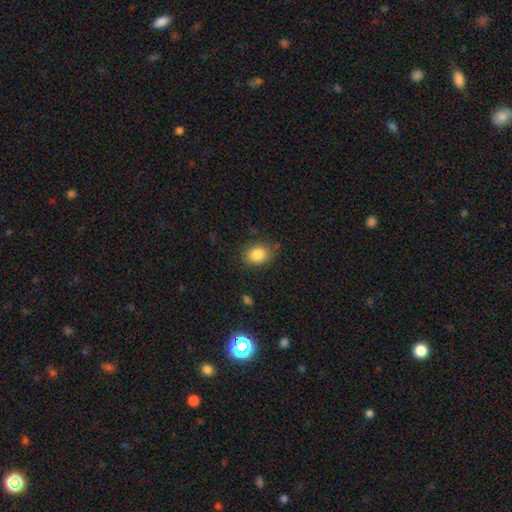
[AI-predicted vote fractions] Smooth or featured?
  - smooth: 83% *
  - star or artifact: 11%
  - featured or disk: 6%
How rounded?
  - in between: 63% *
  - round: 36%
  - cigar-shaped: 1%
Merging?
  - none: 81% *
  - minor disturbance: 14%
  - major disturbance: 3%
  - merger: 2%